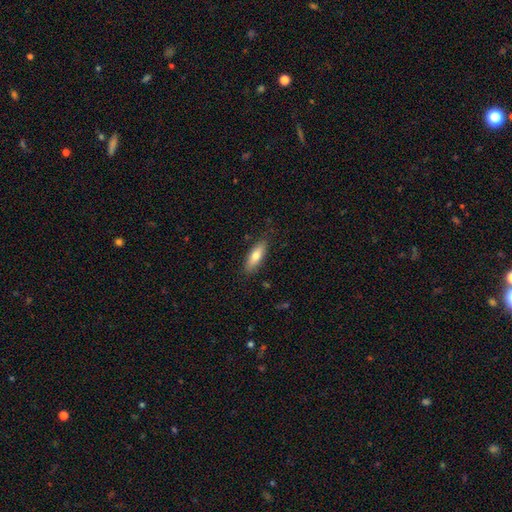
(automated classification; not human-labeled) A smooth galaxy with no disk features (73%) that is in between round and cigar-shaped (57%).

Vote fractions:
- Smooth or featured? smooth: 73% / featured or disk: 20% / star or artifact: 6%
- How rounded? in between: 57% / cigar-shaped: 41% / round: 2%
- Merging? none: 84% / minor disturbance: 12% / major disturbance: 2% / merger: 1%